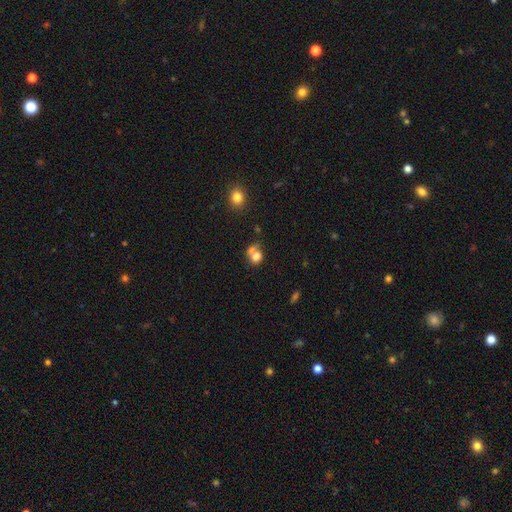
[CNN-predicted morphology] Q: Smooth or featured?
A: smooth (74%); runner-up: featured or disk (13%)
Q: How rounded?
A: round (56%); runner-up: in between (43%)
Q: Merging?
A: merger (47%); runner-up: none (33%)